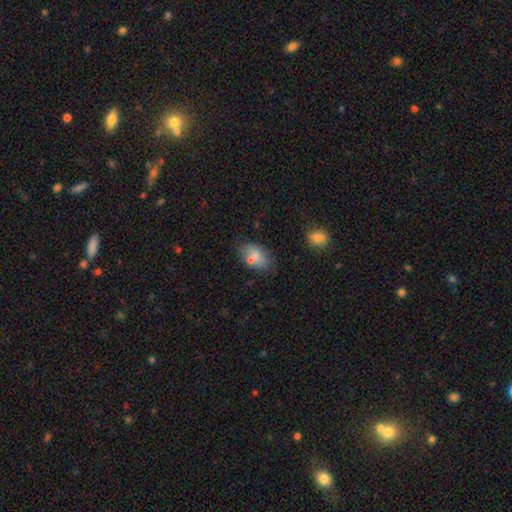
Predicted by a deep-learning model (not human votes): smooth_or_featured: smooth (p=0.74) [alt: featured or disk p=0.17]
how_rounded: in between (p=0.88) [alt: round p=0.10]
merging: none (p=0.60) [alt: minor disturbance p=0.18]